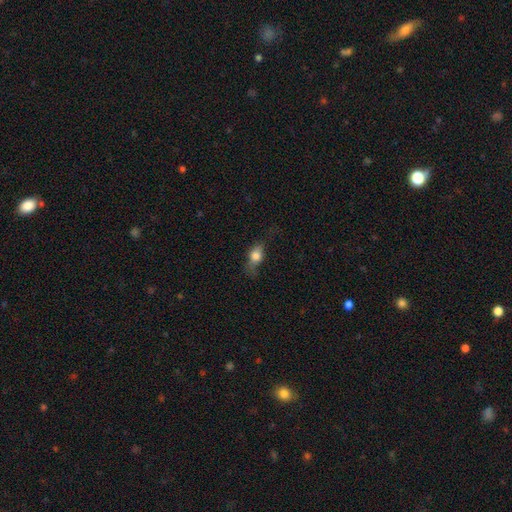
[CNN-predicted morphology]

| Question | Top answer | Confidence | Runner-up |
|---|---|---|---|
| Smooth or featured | smooth | 72% | featured or disk (19%) |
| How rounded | in between | 69% | round (19%) |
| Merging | none | 54% | minor disturbance (28%) |